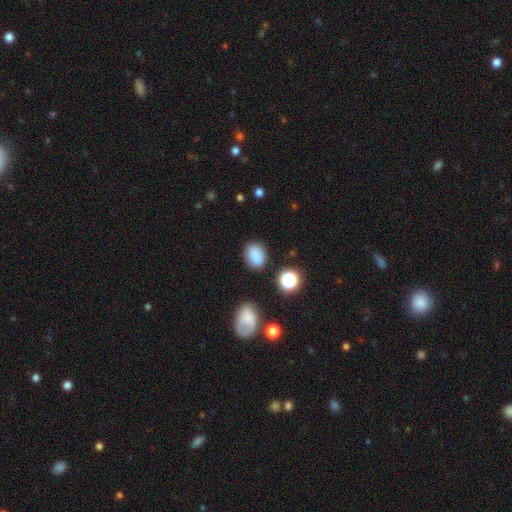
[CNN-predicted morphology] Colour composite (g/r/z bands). It shows a smooth galaxy with no disk features (85%) that is in between round and cigar-shaped (68%). Merging: none (82%).